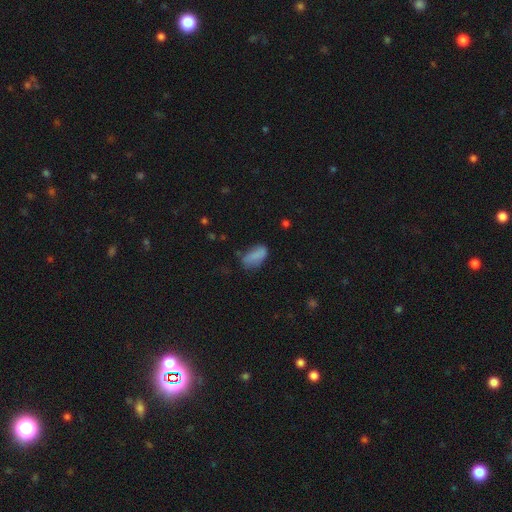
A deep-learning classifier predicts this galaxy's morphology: Smooth or featured? smooth (81%)
How rounded? in between (90%)
Merging? none (53%)